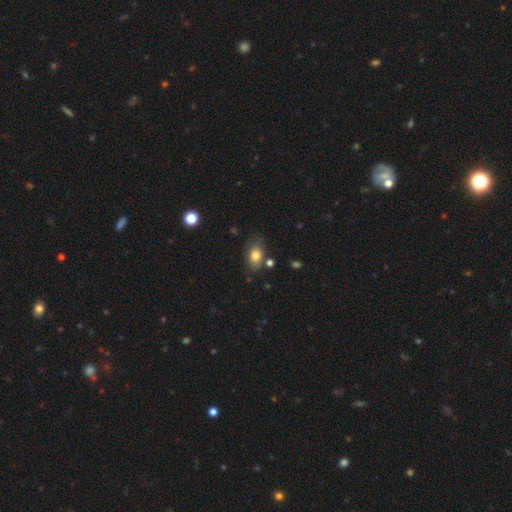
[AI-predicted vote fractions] Q: Smooth or featured?
A: smooth (79%); runner-up: featured or disk (12%)
Q: How rounded?
A: in between (83%); runner-up: round (15%)
Q: Merging?
A: none (73%); runner-up: minor disturbance (17%)